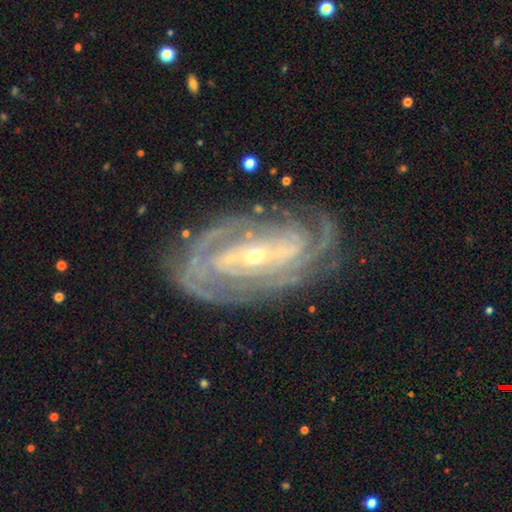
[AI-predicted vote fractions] smooth_or_featured: featured or disk (p=0.90) [alt: star or artifact p=0.05]
disk_edge_on: no (p=0.94) [alt: yes p=0.06]
bar: strong (p=0.43) [alt: weak p=0.31]
has_spiral_arms: yes (p=0.96) [alt: no p=0.04]
spiral_winding: tight (p=0.73) [alt: medium p=0.22]
spiral_arm_count: can't tell (p=0.27) [alt: 2 p=0.21]
bulge_size: small (p=0.69) [alt: moderate p=0.27]
merging: none (p=0.77) [alt: minor disturbance p=0.16]